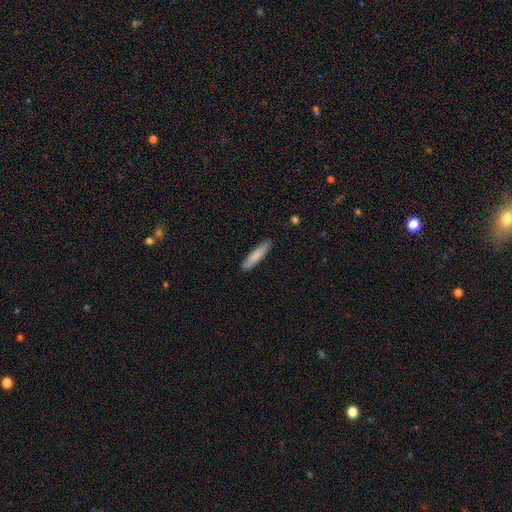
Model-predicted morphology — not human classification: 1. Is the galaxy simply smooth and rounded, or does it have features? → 80% smooth, 14% featured or disk, 5% star or artifact.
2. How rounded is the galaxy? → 86% cigar-shaped, 13% in between, 1% round.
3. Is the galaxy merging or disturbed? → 89% none, 8% minor disturbance, 2% major disturbance, 1% merger.